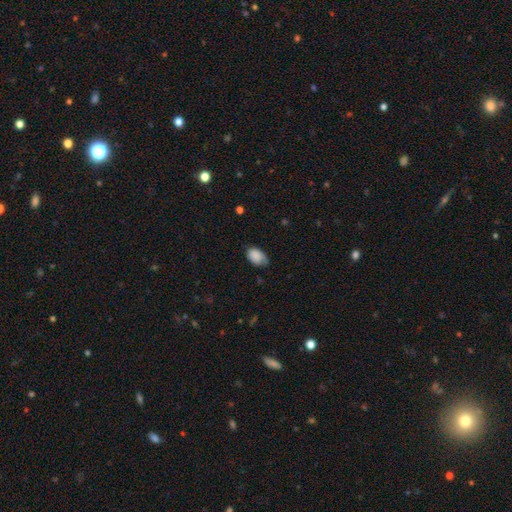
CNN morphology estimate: smooth_or_featured: smooth (p=0.86) [alt: star or artifact p=0.07]
how_rounded: in between (p=0.86) [alt: round p=0.13]
merging: none (p=0.57) [alt: minor disturbance p=0.35]